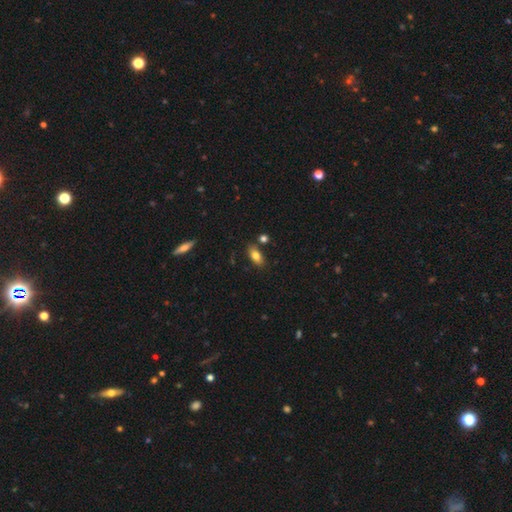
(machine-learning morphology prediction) type=smooth (79%); roundness=in between (89%); merging=none (79%).